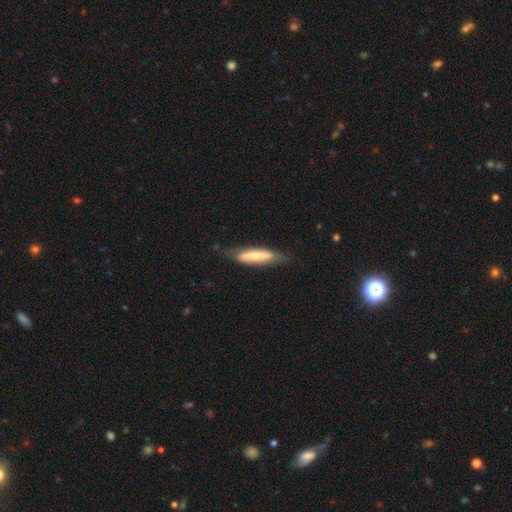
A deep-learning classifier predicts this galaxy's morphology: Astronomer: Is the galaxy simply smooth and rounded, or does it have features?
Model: smooth — 57% (runner-up: featured or disk, 37%).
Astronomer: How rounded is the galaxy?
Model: cigar-shaped — 70%.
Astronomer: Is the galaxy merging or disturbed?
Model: none — 69%.